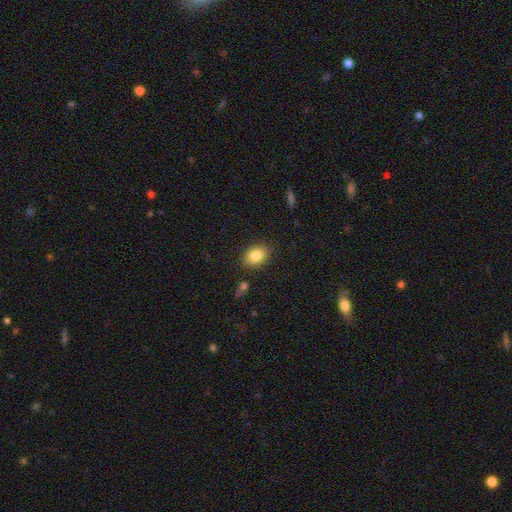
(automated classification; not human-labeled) This is clearly a smooth galaxy (83%). How rounded: likely in between (69%). Merging: clearly none (85%).